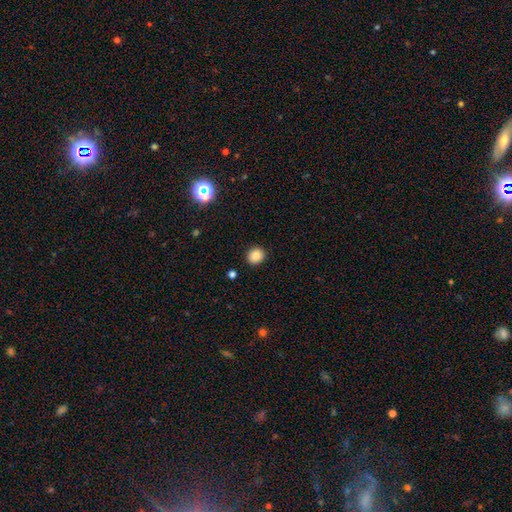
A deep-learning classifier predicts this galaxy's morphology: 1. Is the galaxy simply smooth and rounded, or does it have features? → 86% smooth, 10% star or artifact, 4% featured or disk.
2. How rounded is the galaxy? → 82% round, 17% in between, 1% cigar-shaped.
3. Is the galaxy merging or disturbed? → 91% none, 6% minor disturbance, 2% major disturbance, 1% merger.